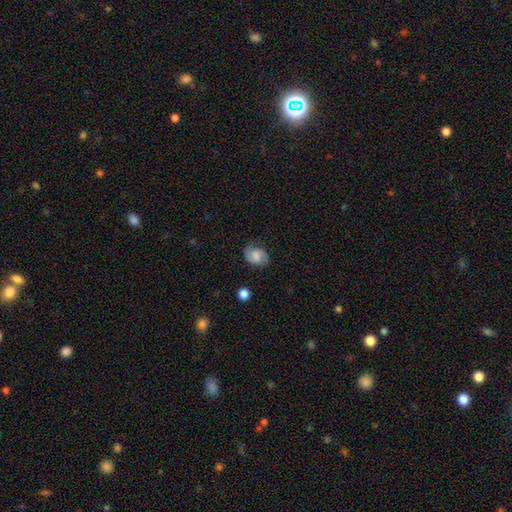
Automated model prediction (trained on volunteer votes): Smooth or featured: featured or disk — 55% (smooth — 36%)
Edge-on disk: no — 97% (yes — 3%)
Bar: no — 53% (weak — 39%)
Spiral arms: yes — 92% (no — 8%)
Bulge size: moderate — 31% (none — 26%)
Merging: none — 71% (minor disturbance — 20%)